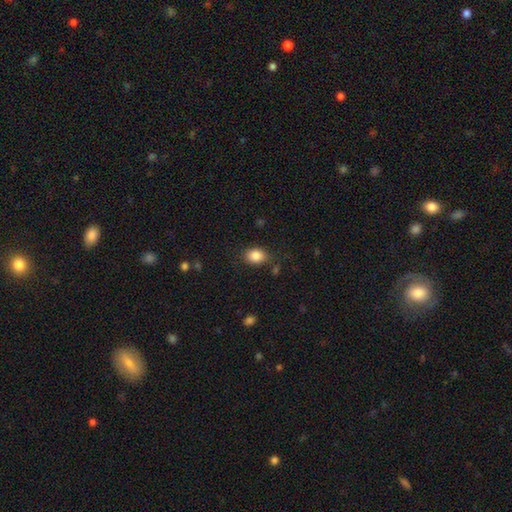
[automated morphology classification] The model was most divided on "how rounded": in between: 70%, round: 29%, cigar-shaped: 1%. More confident: smooth or featured — smooth (85%); merging — none (81%).